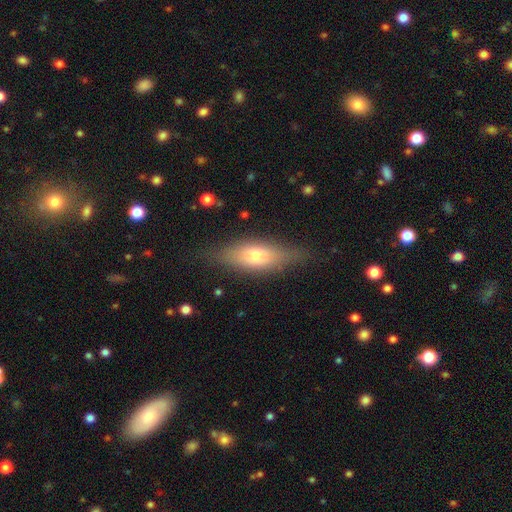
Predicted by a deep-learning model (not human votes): Morphology: type=smooth (57%); roundness=in between (60%); merging=none (77%).